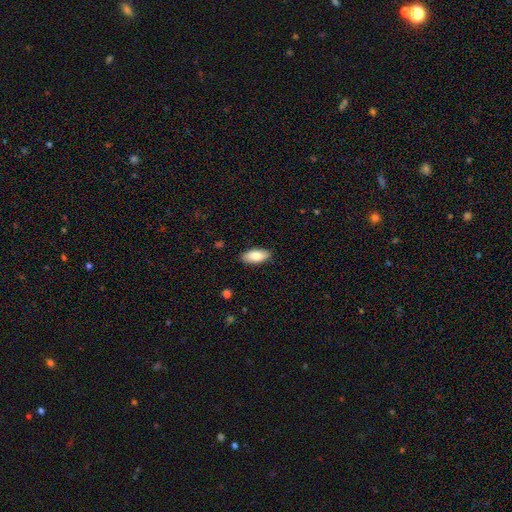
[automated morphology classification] Q: Smooth or featured?
A: smooth (82%); runner-up: featured or disk (12%)
Q: How rounded?
A: in between (90%); runner-up: cigar-shaped (8%)
Q: Merging?
A: none (88%); runner-up: minor disturbance (9%)